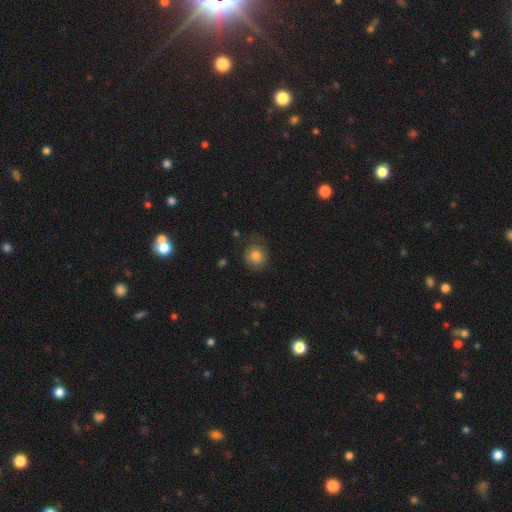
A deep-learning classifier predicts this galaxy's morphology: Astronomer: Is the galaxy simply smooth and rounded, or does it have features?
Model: smooth — 81%.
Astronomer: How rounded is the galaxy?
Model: round — 81%.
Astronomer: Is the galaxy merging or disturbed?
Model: none — 69%.